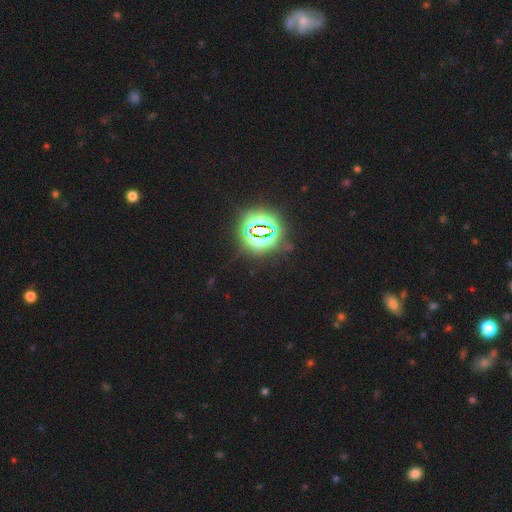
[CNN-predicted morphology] Overall: star or artifact (84%).